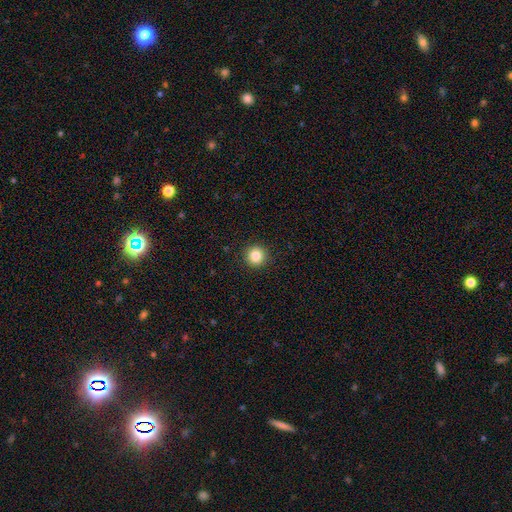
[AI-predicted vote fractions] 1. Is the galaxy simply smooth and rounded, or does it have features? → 85% smooth, 10% star or artifact, 5% featured or disk.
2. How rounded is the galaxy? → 95% round, 4% in between, 1% cigar-shaped.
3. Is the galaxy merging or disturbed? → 93% none, 4% minor disturbance, 2% major disturbance, 1% merger.